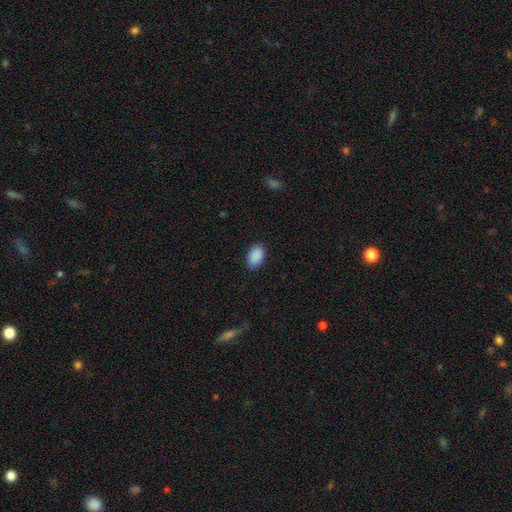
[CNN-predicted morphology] A smooth galaxy with no disk features (90%) that is in between round and cigar-shaped (88%). Merging: none (83%).